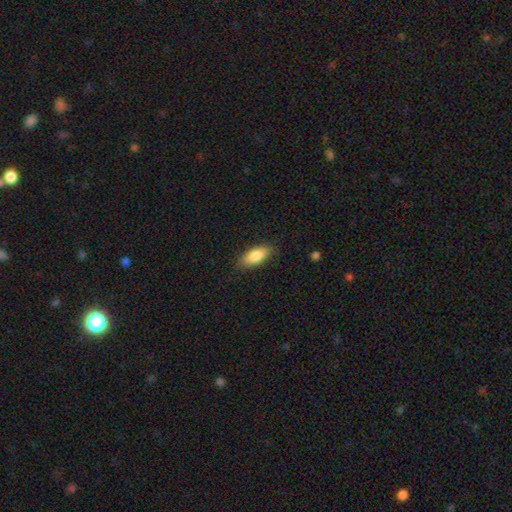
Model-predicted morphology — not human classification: A smooth galaxy with no disk features (83%) that is in between round and cigar-shaped (81%). Merging: none (83%).